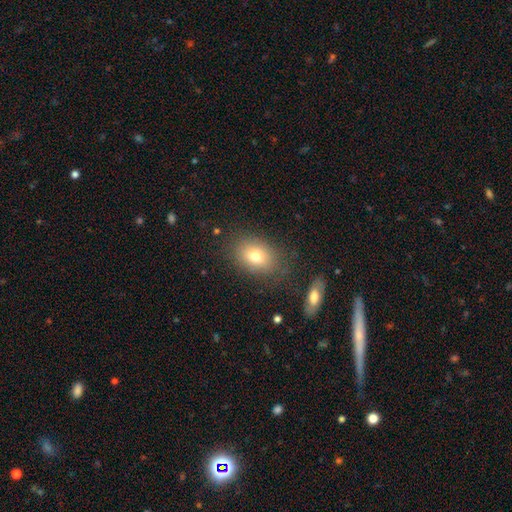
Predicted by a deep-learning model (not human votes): Smooth or featured: smooth — 75% (featured or disk — 14%)
How rounded: in between — 71% (round — 28%)
Merging: none — 78% (minor disturbance — 13%)